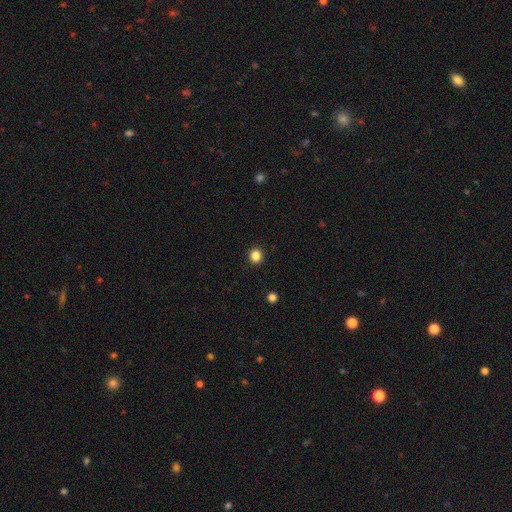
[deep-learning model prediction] This appears to be a smooth galaxy with no disk features (85%) that is round (92%). Merging: none (93%).